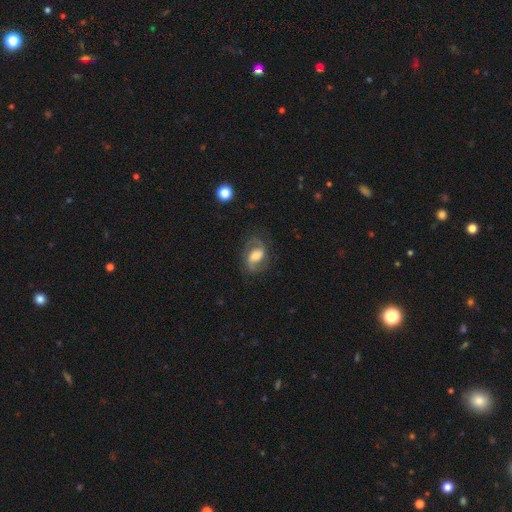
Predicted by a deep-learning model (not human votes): Overall: featured or disk (76%). Edge-on disk: no (97%). Bar: weak (46%; no 33%). Spiral arms: yes (93%). Spiral arm count: 2 (86%). Spiral winding: medium (52%; loose 27%). Bulge size: moderate (50%; large 23%). Merging: none (72%).